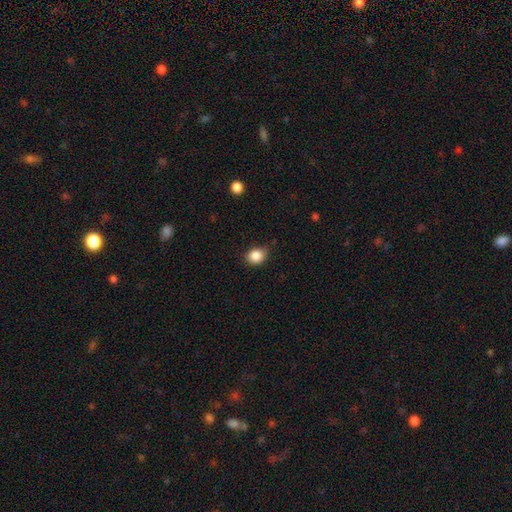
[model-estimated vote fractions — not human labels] Morphology: type=smooth (86%); roundness=round (61%); merging=none (71%).